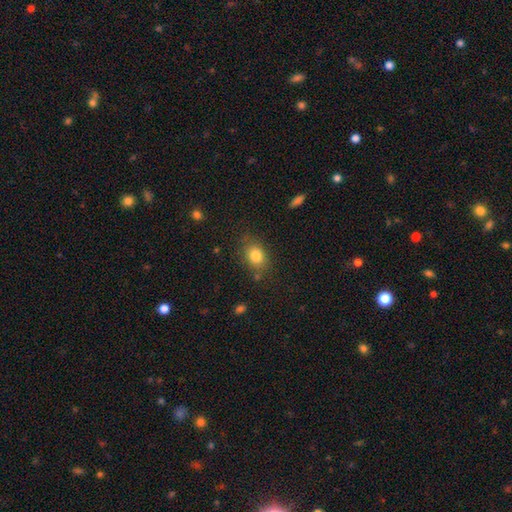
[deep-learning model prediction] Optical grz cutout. It shows a smooth galaxy with no disk features (82%) that is in between round and cigar-shaped (58%). Merging: none (77%).